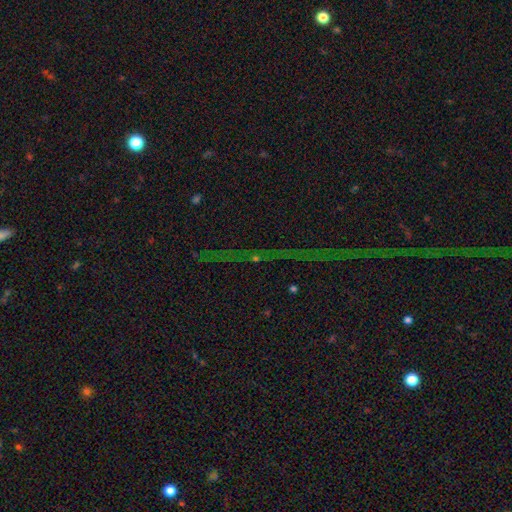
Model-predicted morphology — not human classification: The model was most divided on "smooth or featured": star or artifact: 78%, featured or disk: 12%, smooth: 10%.